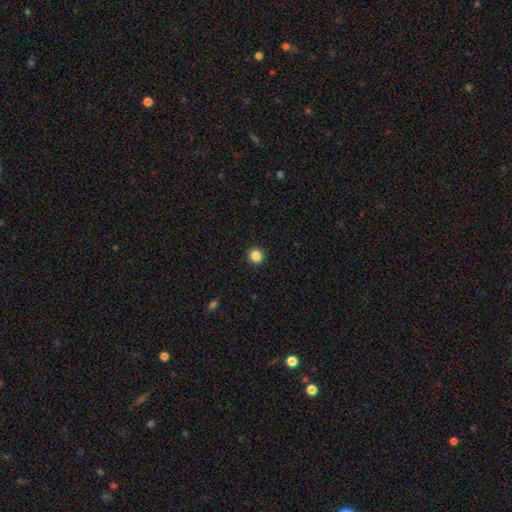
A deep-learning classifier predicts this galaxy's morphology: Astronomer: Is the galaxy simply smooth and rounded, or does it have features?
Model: smooth — 86%.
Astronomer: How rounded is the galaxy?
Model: round — 94%.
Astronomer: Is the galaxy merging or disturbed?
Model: none — 92%.